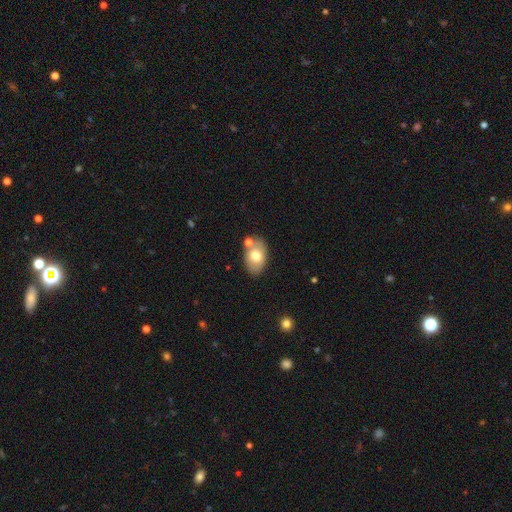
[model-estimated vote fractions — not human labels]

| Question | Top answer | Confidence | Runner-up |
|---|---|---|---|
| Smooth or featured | smooth | 71% | featured or disk (21%) |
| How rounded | in between | 87% | round (12%) |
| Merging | none | 70% | minor disturbance (14%) |